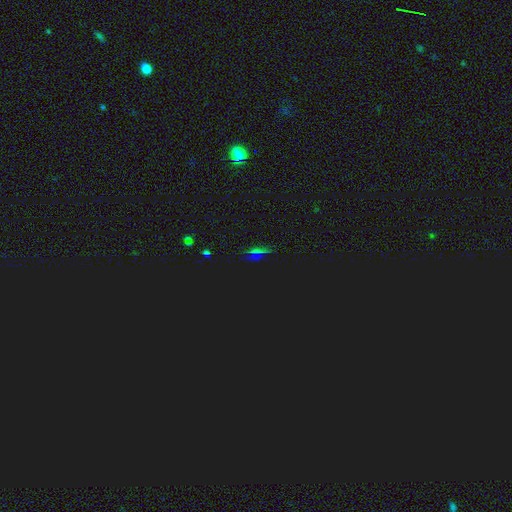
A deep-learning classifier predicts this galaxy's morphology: type=star or artifact (63%).